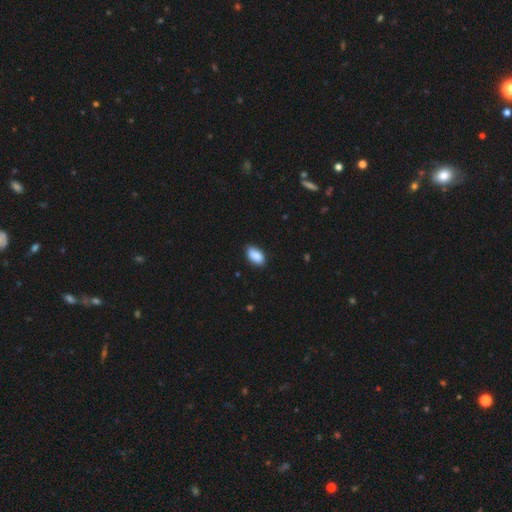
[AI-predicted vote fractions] A smooth galaxy with no disk features (89%) that is in between round and cigar-shaped (93%).

Vote fractions:
- Smooth or featured? smooth: 89% / star or artifact: 6% / featured or disk: 4%
- How rounded? in between: 93% / round: 4% / cigar-shaped: 3%
- Merging? none: 83% / minor disturbance: 14% / major disturbance: 2% / merger: 1%